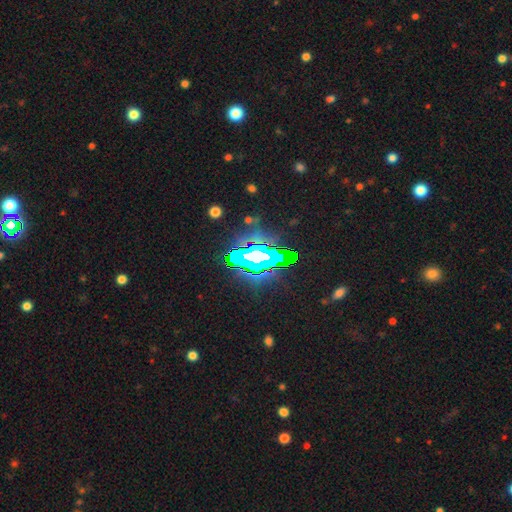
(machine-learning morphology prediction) smooth_or_featured: star or artifact (p=0.67) [alt: featured or disk p=0.18]